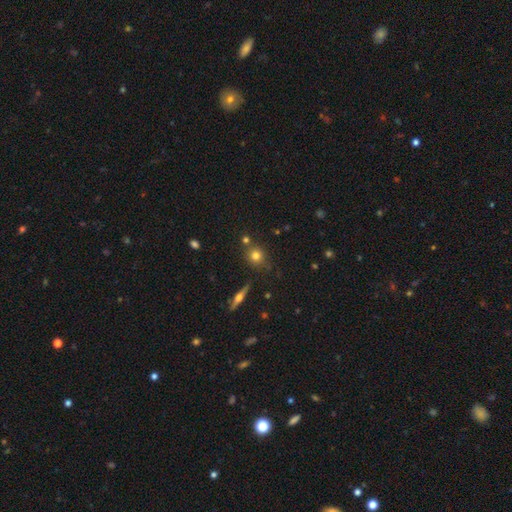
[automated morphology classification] Smooth or featured? smooth (73%)
How rounded? round (85%)
Merging? none (75%)